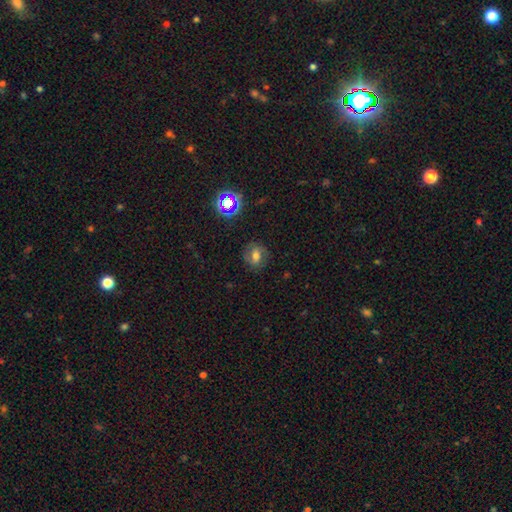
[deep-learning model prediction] Smooth or featured: smooth — 45% (featured or disk — 35%)
Merging: none — 78% (minor disturbance — 14%)